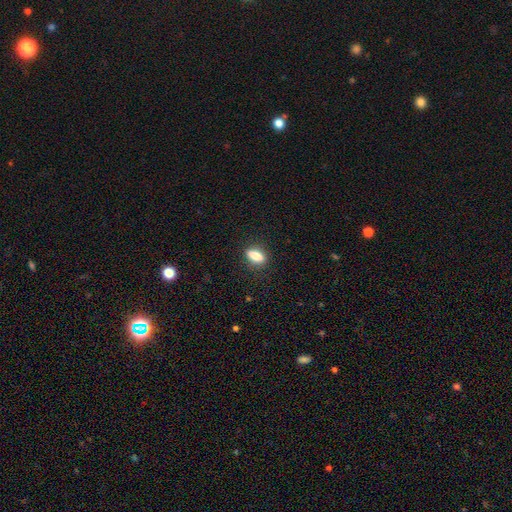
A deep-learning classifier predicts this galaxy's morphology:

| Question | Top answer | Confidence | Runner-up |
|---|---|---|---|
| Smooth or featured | smooth | 76% | featured or disk (16%) |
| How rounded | in between | 70% | cigar-shaped (22%) |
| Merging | none | 85% | minor disturbance (11%) |